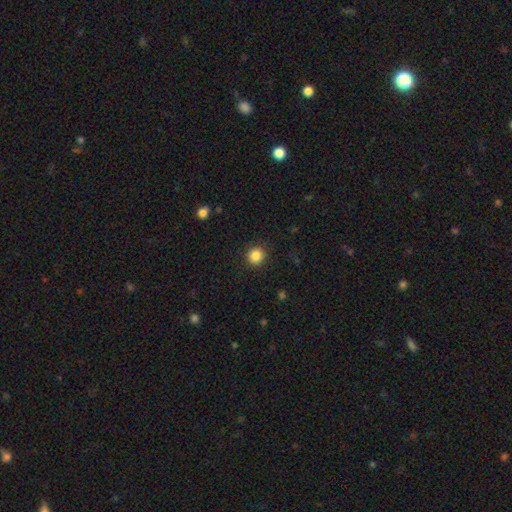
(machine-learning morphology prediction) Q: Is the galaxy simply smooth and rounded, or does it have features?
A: smooth — 86%.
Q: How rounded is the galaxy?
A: round — 93%.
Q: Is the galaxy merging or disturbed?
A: none — 91%.